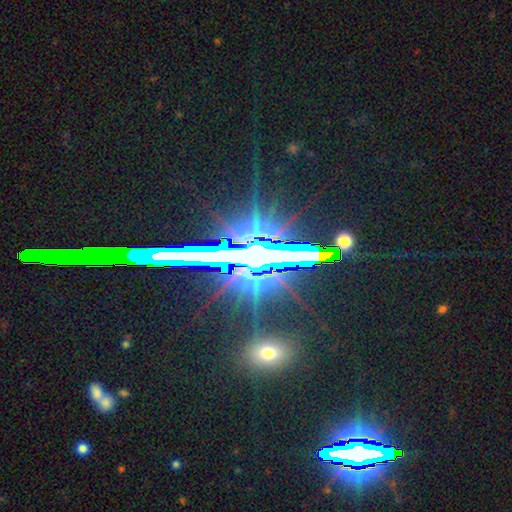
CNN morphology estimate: Smooth or featured? Predicted: star or artifact (p=0.76).